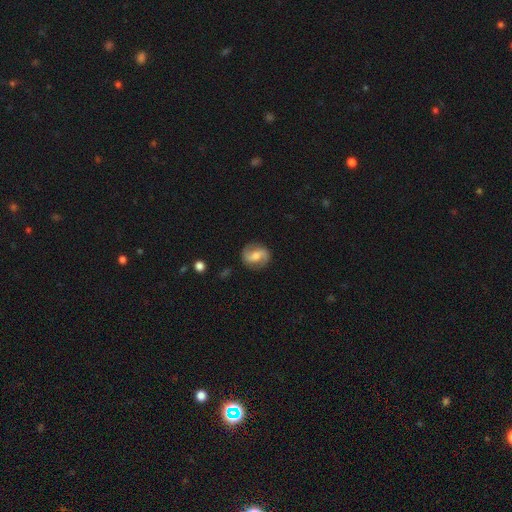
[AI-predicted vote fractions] The model was most divided on "spiral winding": medium: 44%, loose: 37%, tight: 19%. Remaining: edge-on disk — no (97%); spiral arms — yes (93%); spiral arm count — 2 (91%); merging — none (84%); smooth or featured — featured or disk (72%); bulge size — moderate (58%); bar — weak (44%).